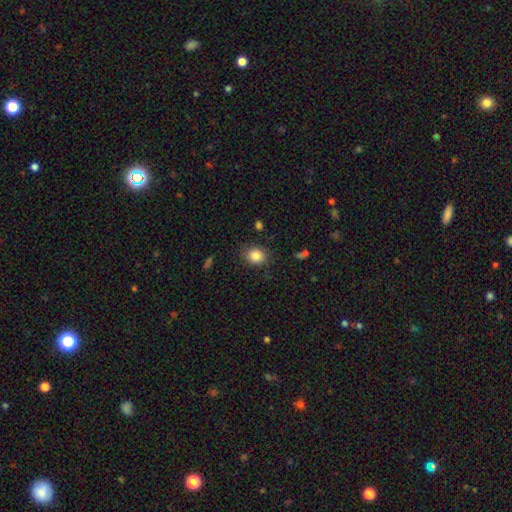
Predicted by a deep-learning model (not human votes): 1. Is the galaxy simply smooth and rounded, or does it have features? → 84% smooth, 10% star or artifact, 6% featured or disk.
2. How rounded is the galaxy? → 64% round, 35% in between, 1% cigar-shaped.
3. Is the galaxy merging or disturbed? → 82% none, 13% minor disturbance, 4% major disturbance, 1% merger.